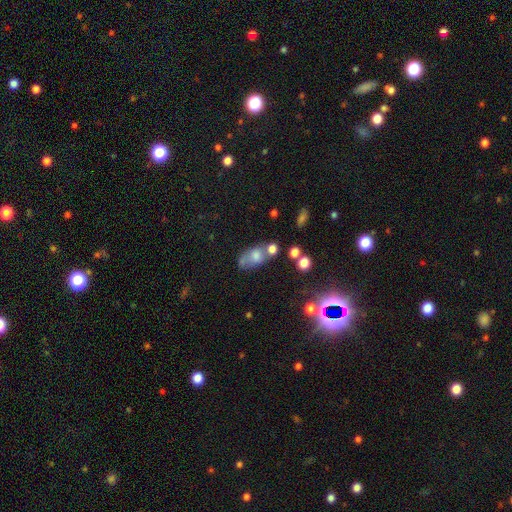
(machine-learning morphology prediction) Smooth or featured: smooth — 58% (featured or disk — 25%)
How rounded: in between — 81% (round — 16%)
Merging: none — 38% (merger — 28%)